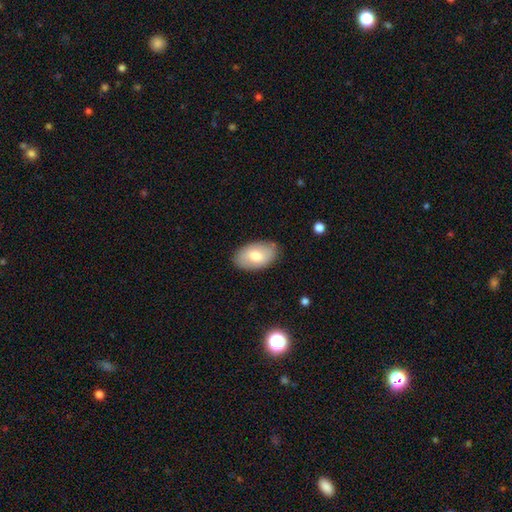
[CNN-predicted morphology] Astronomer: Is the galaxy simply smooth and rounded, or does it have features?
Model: smooth — 74%.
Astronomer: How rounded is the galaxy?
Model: in between — 94%.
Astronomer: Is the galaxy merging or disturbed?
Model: none — 84%.